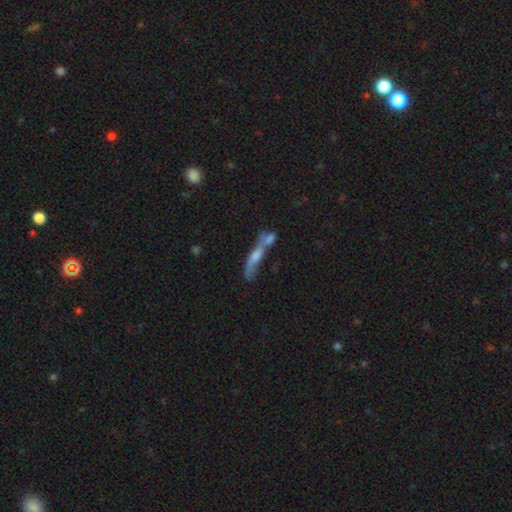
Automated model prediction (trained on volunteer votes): featured or disk 56%, smooth 33%, star or artifact 11%. Down the decision tree: edge-on disk — yes (71%); merging — merger (42%).